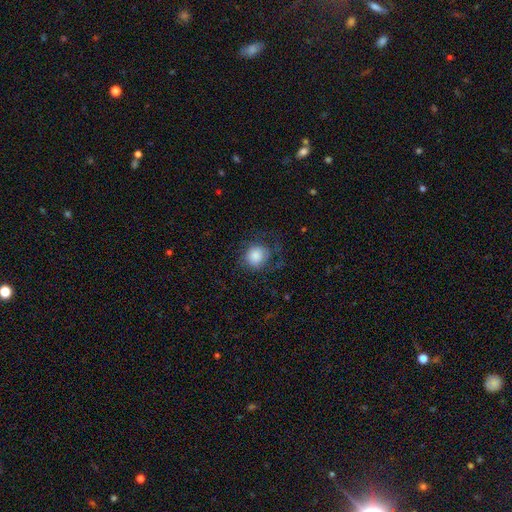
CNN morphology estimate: Smooth or featured?
  - smooth: 77% *
  - featured or disk: 15%
  - star or artifact: 8%
How rounded?
  - round: 83% *
  - in between: 16%
  - cigar-shaped: 1%
Merging?
  - none: 61% *
  - minor disturbance: 19%
  - major disturbance: 19%
  - merger: 1%